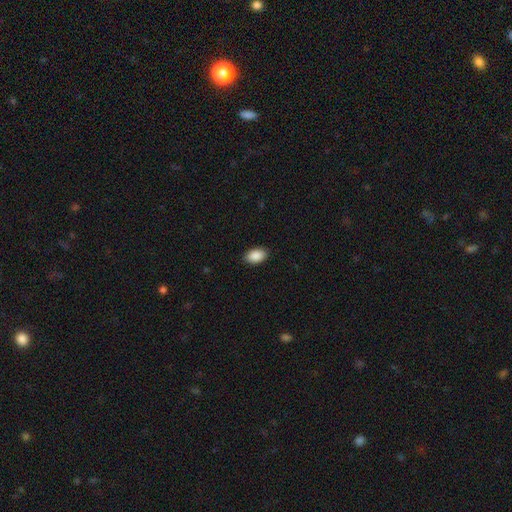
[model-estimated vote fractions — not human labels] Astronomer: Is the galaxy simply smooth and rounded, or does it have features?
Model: smooth — 90%.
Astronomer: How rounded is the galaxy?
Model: in between — 92%.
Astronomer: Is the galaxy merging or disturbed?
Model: none — 88%.